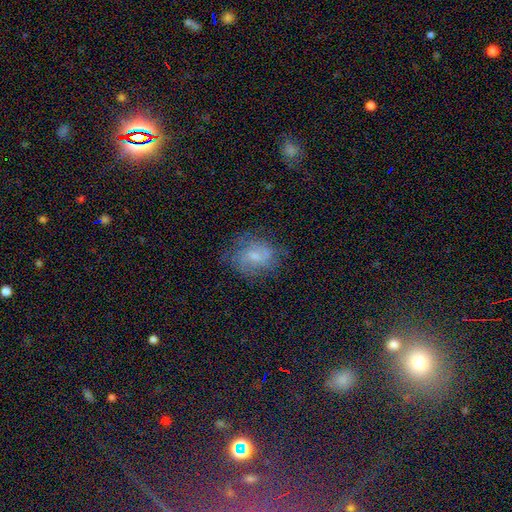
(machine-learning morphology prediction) Smooth or featured? featured or disk (44%)
Merging? none (65%)